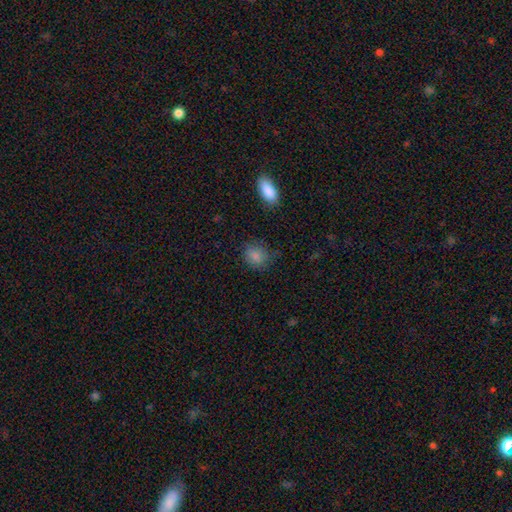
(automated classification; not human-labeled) smooth_or_featured: smooth (p=0.85) [alt: star or artifact p=0.10]
how_rounded: round (p=0.58) [alt: in between p=0.40]
merging: none (p=0.76) [alt: minor disturbance p=0.17]